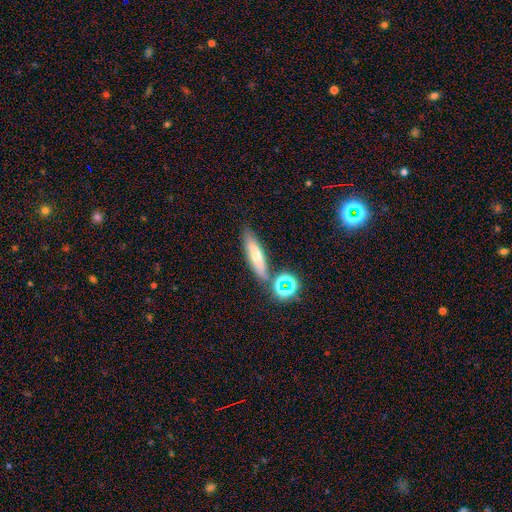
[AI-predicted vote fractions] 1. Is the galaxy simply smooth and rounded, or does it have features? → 57% smooth, 30% featured or disk, 13% star or artifact.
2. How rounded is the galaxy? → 68% cigar-shaped, 27% in between, 5% round.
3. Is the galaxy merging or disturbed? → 74% none, 12% minor disturbance, 10% merger, 4% major disturbance.